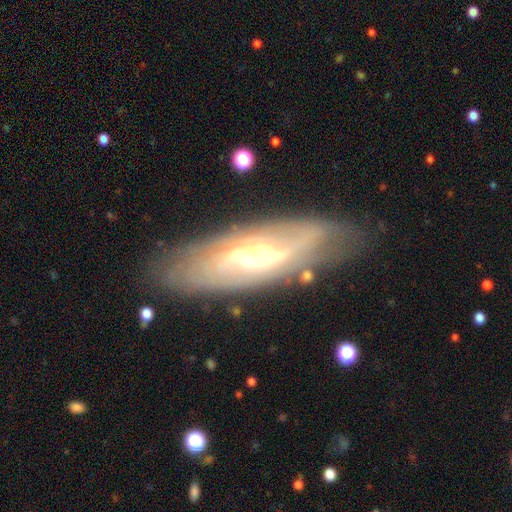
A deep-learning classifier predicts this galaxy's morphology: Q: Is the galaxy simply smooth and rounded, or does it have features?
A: featured or disk — 74%.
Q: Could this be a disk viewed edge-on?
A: no — 76%.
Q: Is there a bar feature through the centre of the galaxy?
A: weak — 43%.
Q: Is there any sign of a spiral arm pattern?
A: yes — 77%.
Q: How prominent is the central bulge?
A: moderate — 56%.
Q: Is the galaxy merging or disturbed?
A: none — 77%.